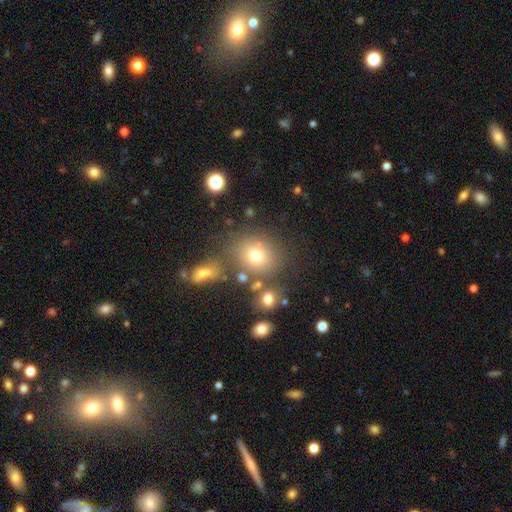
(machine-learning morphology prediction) A smooth galaxy with no disk features (70%) that is round (71%).

Vote fractions:
- Smooth or featured? smooth: 70% / star or artifact: 17% / featured or disk: 13%
- How rounded? round: 71% / in between: 28% / cigar-shaped: 1%
- Merging? none: 71% / minor disturbance: 12% / merger: 12% / major disturbance: 5%